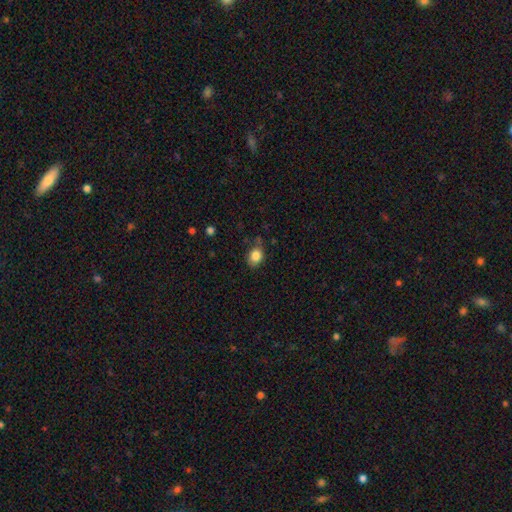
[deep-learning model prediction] Smooth or featured: smooth — 84% (star or artifact — 10%)
How rounded: in between — 52% (round — 47%)
Merging: none — 70% (minor disturbance — 22%)